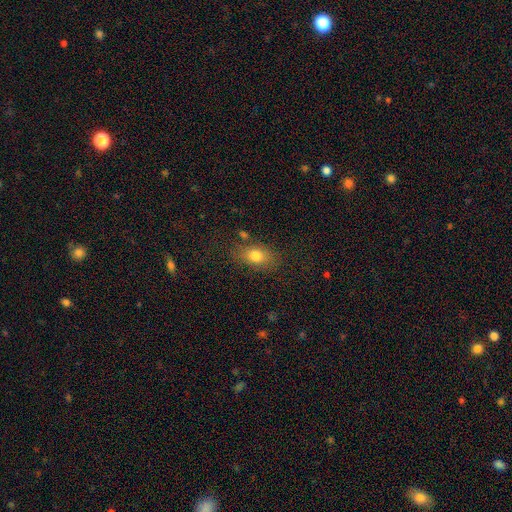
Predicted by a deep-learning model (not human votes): This is likely a smooth galaxy (78%). How rounded: likely in between (77%). Merging: likely none (75%).